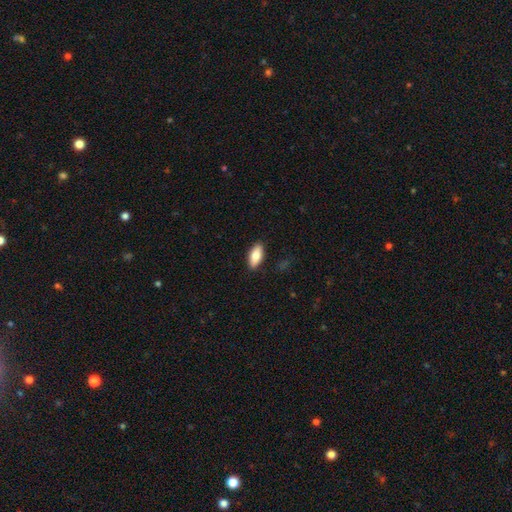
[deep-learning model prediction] smooth_or_featured: smooth (p=0.80) [alt: featured or disk p=0.13]
how_rounded: in between (p=0.83) [alt: cigar-shaped p=0.14]
merging: none (p=0.88) [alt: minor disturbance p=0.09]